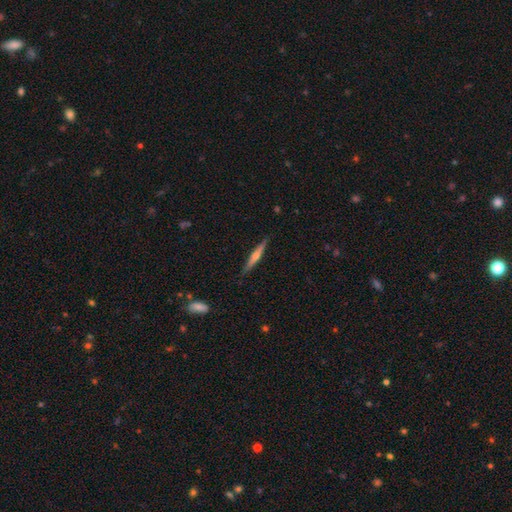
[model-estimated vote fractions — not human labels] Smooth or featured? Predicted: featured or disk (p=0.68). Edge-on disk? Predicted: yes (p=0.98). Edge-on bulge? Predicted: rounded (p=0.83). Merging? Predicted: none (p=0.89).